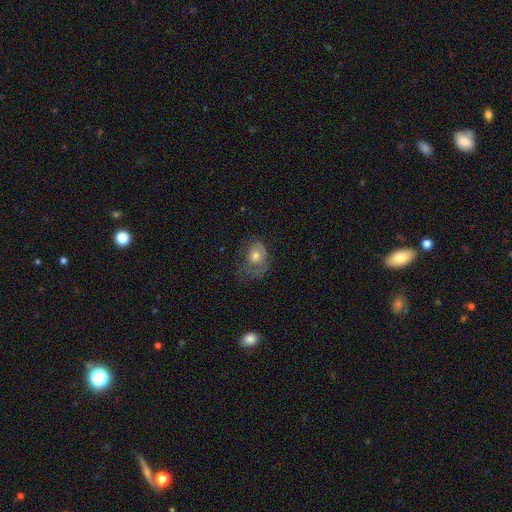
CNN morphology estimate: The model was most divided on "merging": major disturbance: 40%, none: 33%, minor disturbance: 25%, merger: 2%. More confident: how rounded — in between (60%); smooth or featured — smooth (51%).